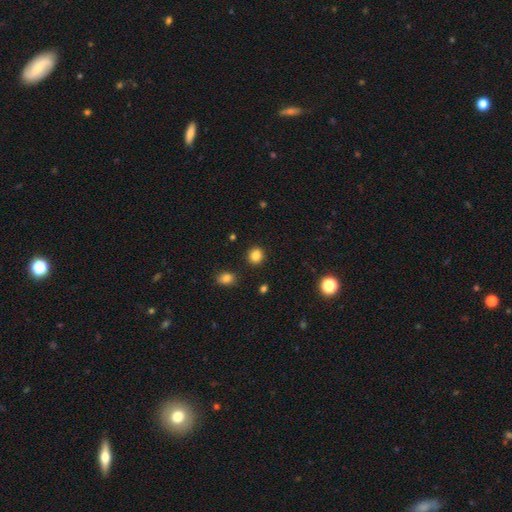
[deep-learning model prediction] Overall: smooth (84%). How rounded: round (83%). Merging: none (89%).